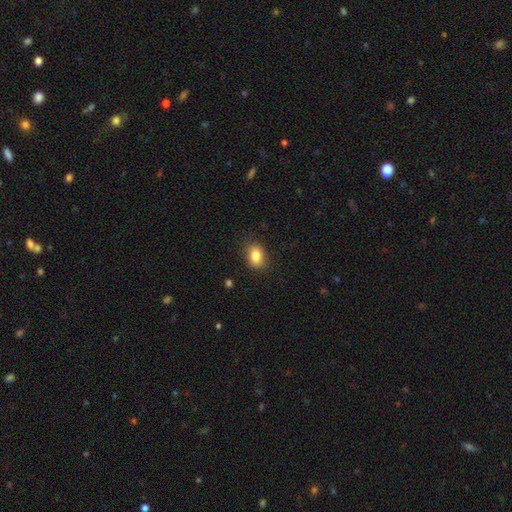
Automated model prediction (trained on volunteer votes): Smooth or featured?
  - smooth: 84% *
  - star or artifact: 9%
  - featured or disk: 7%
How rounded?
  - in between: 71% *
  - round: 28%
  - cigar-shaped: 1%
Merging?
  - none: 84% *
  - minor disturbance: 12%
  - major disturbance: 3%
  - merger: 1%